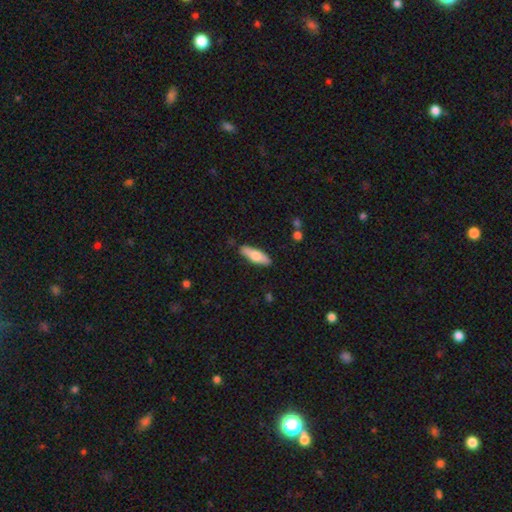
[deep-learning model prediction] Smooth or featured? Predicted: smooth (p=0.65). How rounded? Predicted: in between (p=0.50). Merging? Predicted: none (p=0.86).